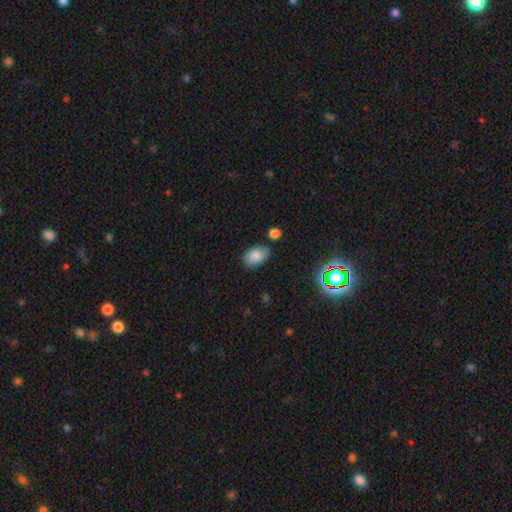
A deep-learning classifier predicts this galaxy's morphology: smooth_or_featured: smooth (p=0.82) [alt: star or artifact p=0.10]
how_rounded: in between (p=0.91) [alt: round p=0.07]
merging: none (p=0.75) [alt: minor disturbance p=0.16]